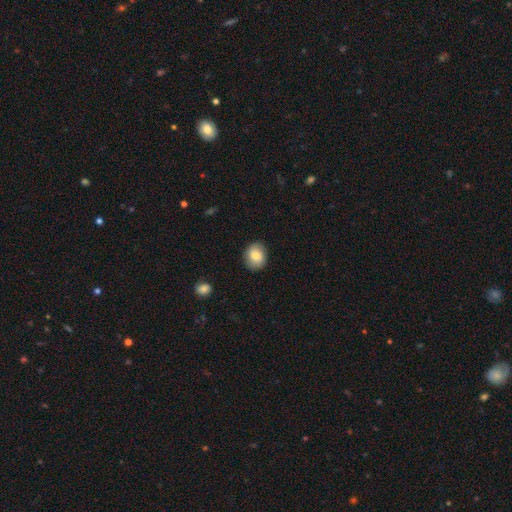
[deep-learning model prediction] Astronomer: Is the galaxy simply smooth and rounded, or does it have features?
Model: smooth — 81%.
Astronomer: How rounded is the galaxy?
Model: round — 61% (runner-up: in between, 38%).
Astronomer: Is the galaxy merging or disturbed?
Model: none — 83%.